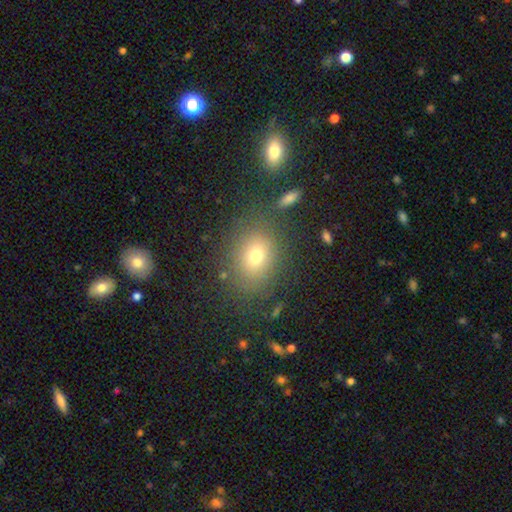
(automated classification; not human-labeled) Overall: smooth (72%). How rounded: in between (55%; round 44%). Merging: none (80%).